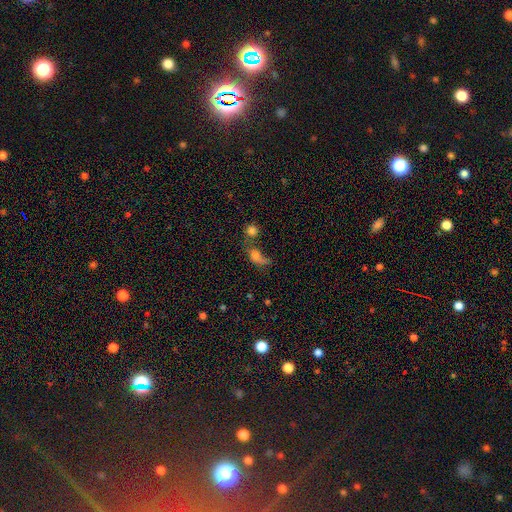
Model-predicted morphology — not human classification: Smooth or featured? Predicted: smooth (p=0.60). How rounded? Predicted: in between (p=0.55). Merging? Predicted: merger (p=0.40).